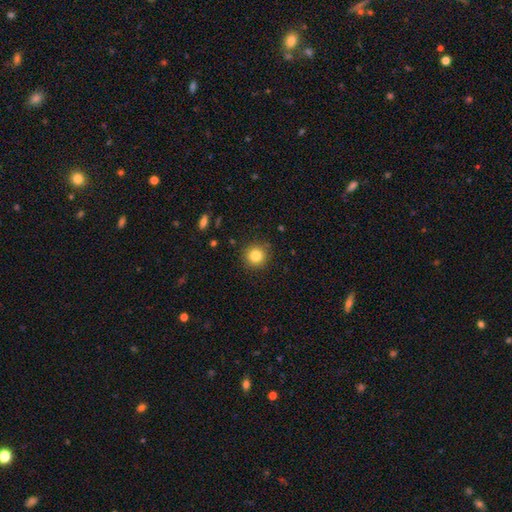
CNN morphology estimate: smooth 83%, star or artifact 11%, featured or disk 6%. Down the decision tree: how rounded — round (94%); merging — none (90%).